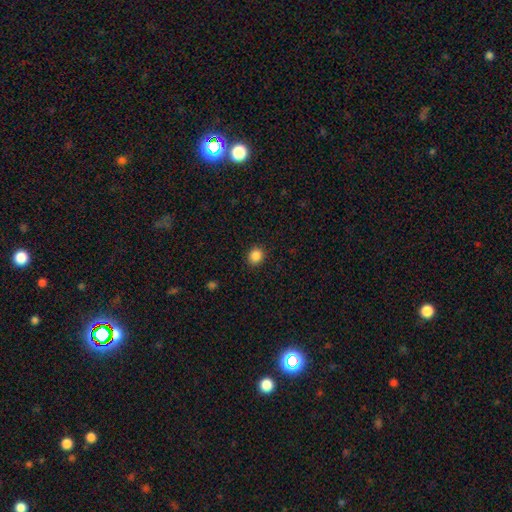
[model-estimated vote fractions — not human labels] smooth_or_featured: smooth (p=0.87) [alt: star or artifact p=0.10]
how_rounded: round (p=0.79) [alt: in between p=0.20]
merging: none (p=0.91) [alt: minor disturbance p=0.06]